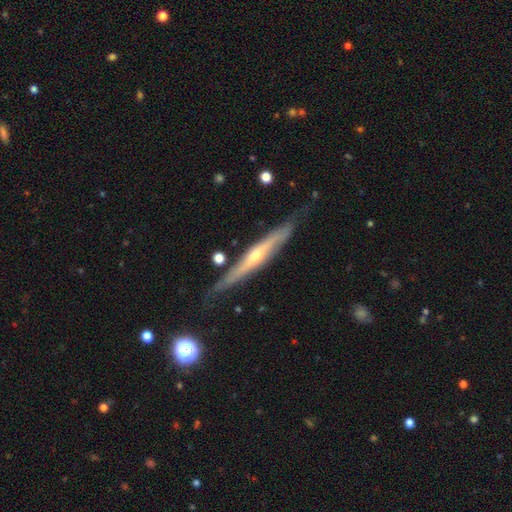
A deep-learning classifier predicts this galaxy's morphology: Smooth or featured? featured or disk (75%)
Edge-on disk? yes (93%)
Edge-on bulge? rounded (77%)
Merging? none (80%)